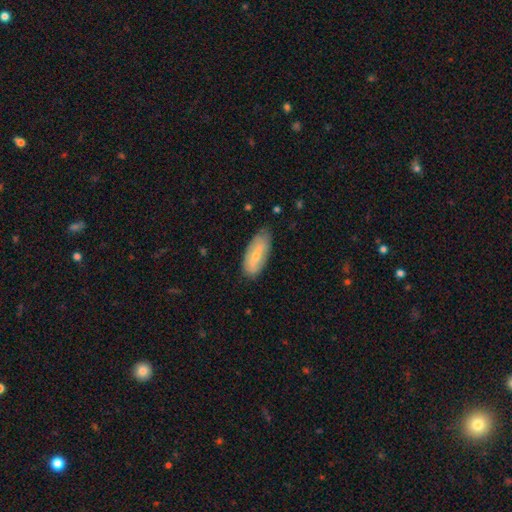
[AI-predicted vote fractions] smooth_or_featured: smooth (p=0.64) [alt: featured or disk p=0.29]
how_rounded: in between (p=0.80) [alt: cigar-shaped p=0.17]
merging: none (p=0.72) [alt: minor disturbance p=0.23]